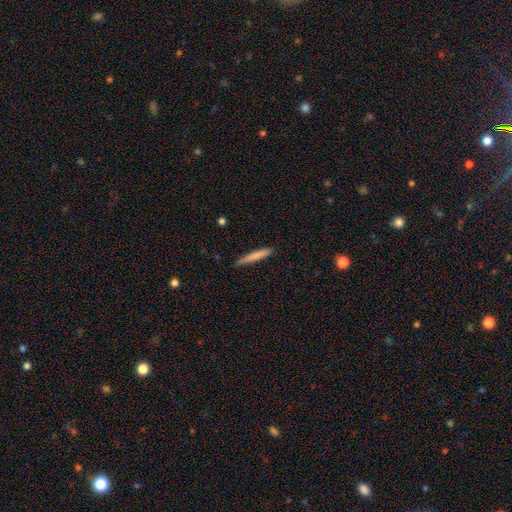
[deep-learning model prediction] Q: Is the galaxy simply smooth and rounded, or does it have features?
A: smooth — 77%.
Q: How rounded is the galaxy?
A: cigar-shaped — 95%.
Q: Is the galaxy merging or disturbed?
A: none — 86%.